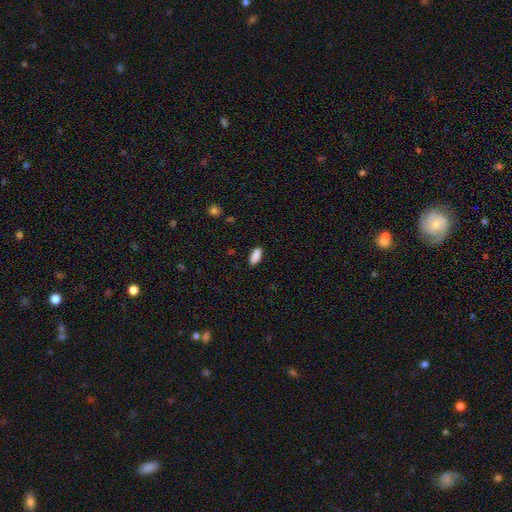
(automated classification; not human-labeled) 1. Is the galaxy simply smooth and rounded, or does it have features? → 90% smooth, 7% star or artifact, 4% featured or disk.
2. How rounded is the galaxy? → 83% in between, 15% cigar-shaped, 2% round.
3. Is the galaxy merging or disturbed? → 88% none, 9% minor disturbance, 2% major disturbance, 1% merger.